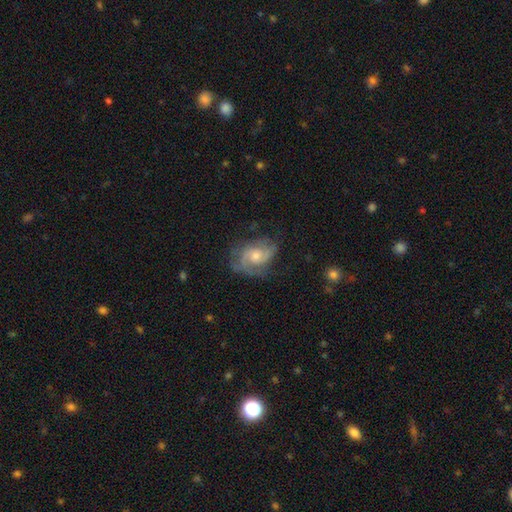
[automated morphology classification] smooth-or-featured: featured or disk: 78% | smooth: 15% | star or artifact: 7%
  disk-edge-on: no: 97% | yes: 3%
    bar: no: 65% | weak: 31% | strong: 5%
    has-spiral-arms: yes: 93% | no: 7%
      spiral-winding: medium: 47% | tight: 32% | loose: 21%
      spiral-arm-count: 2: 61% | can't tell: 17% | 3: 12% | 1: 5% | 4: 3% | more than 4: 2%
    bulge-size: moderate: 57% | small: 35% | large: 5% | none: 3% | dominant: 1%
  merging: none: 64% | minor disturbance: 22% | major disturbance: 12% | merger: 2%